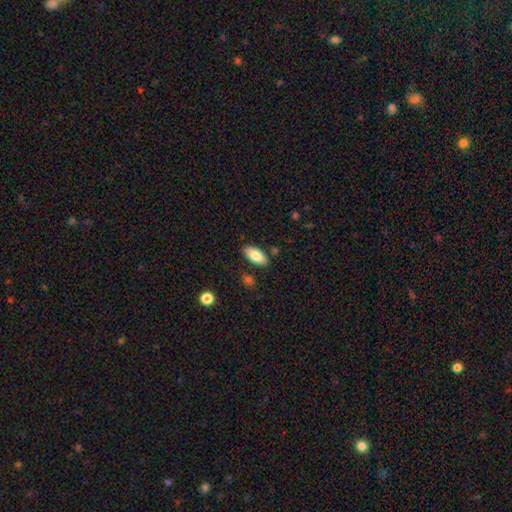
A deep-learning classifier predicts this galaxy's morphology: Smooth or featured? Predicted: smooth (p=0.82). How rounded? Predicted: in between (p=0.90). Merging? Predicted: none (p=0.84).